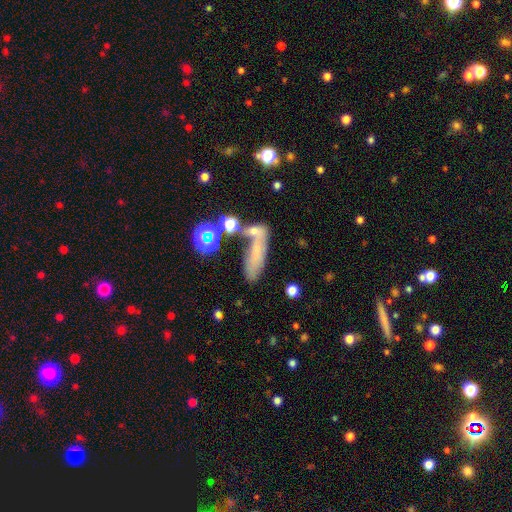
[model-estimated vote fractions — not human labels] A smooth galaxy with no disk features (62%) that is in between round and cigar-shaped (48%).

Vote fractions:
- Smooth or featured? smooth: 62% / featured or disk: 22% / star or artifact: 17%
- How rounded? in between: 48% / cigar-shaped: 44% / round: 7%
- Merging? none: 36% / merger: 34% / minor disturbance: 16% / major disturbance: 13%